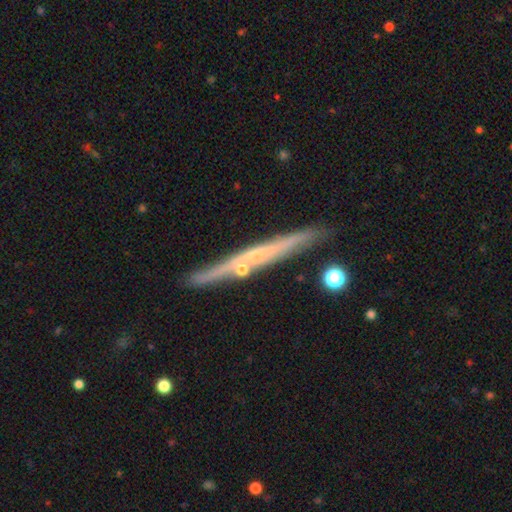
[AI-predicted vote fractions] Smooth or featured: featured or disk — 65% (smooth — 28%)
Edge-on disk: yes — 96% (no — 4%)
Edge-on bulge: none — 61% (rounded — 35%)
Merging: none — 83% (minor disturbance — 10%)